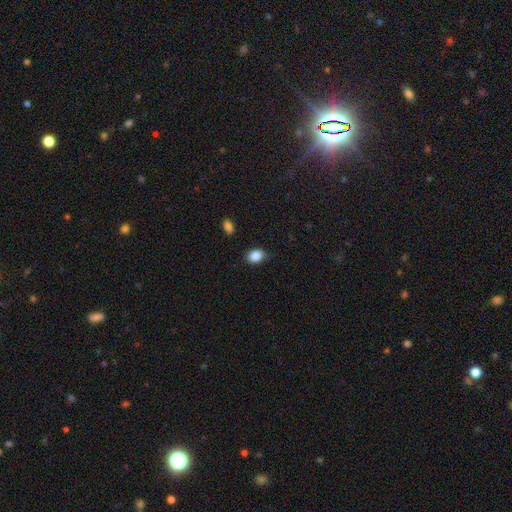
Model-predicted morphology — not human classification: smooth_or_featured: smooth (p=0.86) [alt: star or artifact p=0.09]
how_rounded: in between (p=0.54) [alt: round p=0.45]
merging: none (p=0.80) [alt: minor disturbance p=0.16]